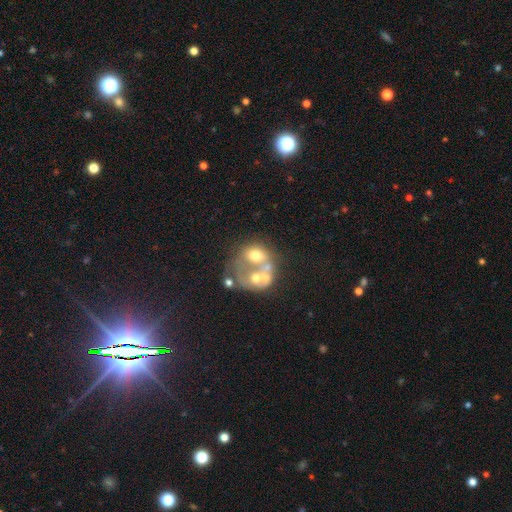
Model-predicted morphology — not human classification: Smooth or featured?
  - featured or disk: 49% *
  - smooth: 38%
  - star or artifact: 13%
Merging?
  - merger: 61% *
  - none: 15%
  - major disturbance: 15%
  - minor disturbance: 8%